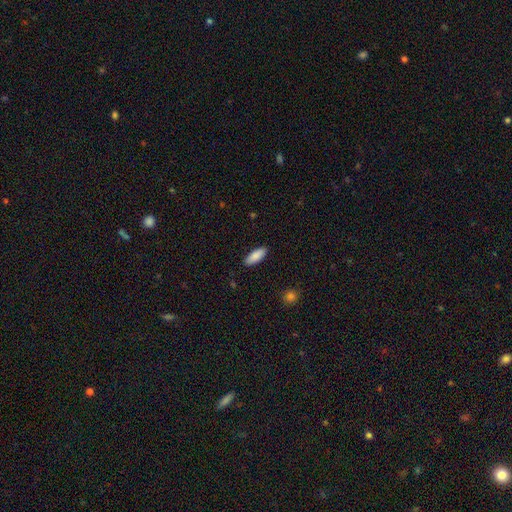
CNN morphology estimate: Q: Smooth or featured?
A: smooth (87%); runner-up: featured or disk (7%)
Q: How rounded?
A: in between (72%); runner-up: cigar-shaped (26%)
Q: Merging?
A: none (89%); runner-up: minor disturbance (8%)